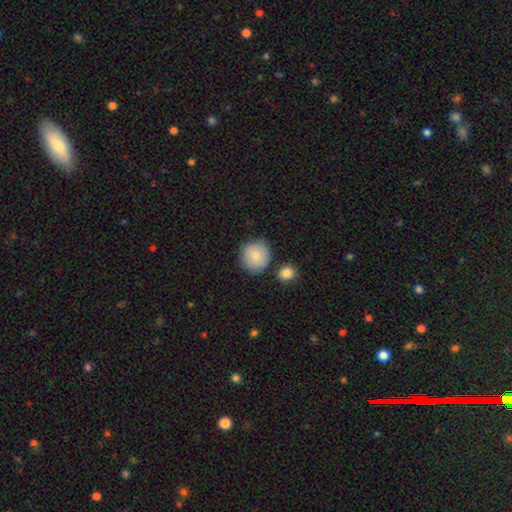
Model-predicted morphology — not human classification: smooth 80%, featured or disk 13%, star or artifact 8%. Down the decision tree: how rounded — round (90%); merging — none (76%).